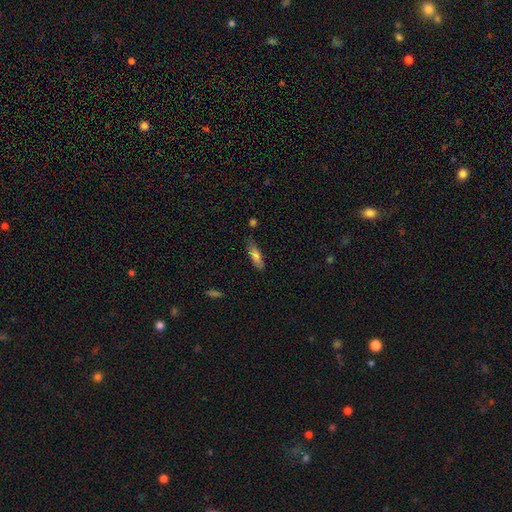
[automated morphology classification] A smooth galaxy with no disk features (71%) that is cigar-shaped (51%). Merging: none (74%).